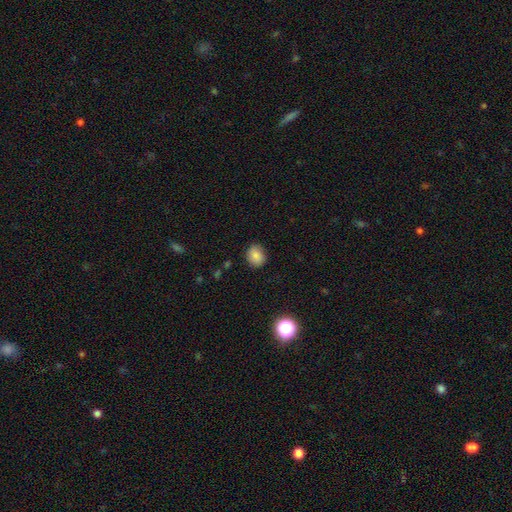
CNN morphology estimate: This appears to be a smooth galaxy with no disk features (84%) that is round (60%). Merging: none (85%).